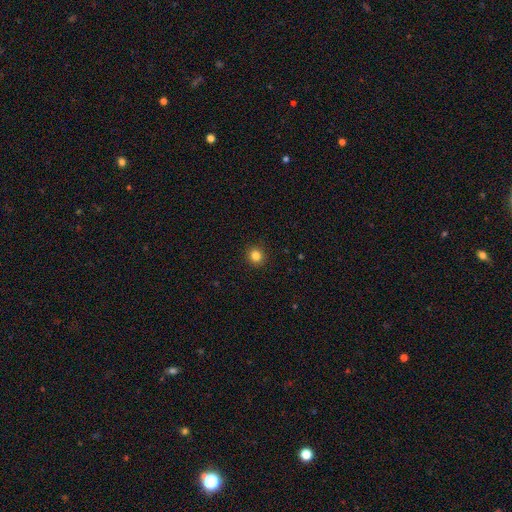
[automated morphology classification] The model was most divided on "smooth or featured": smooth: 84%, star or artifact: 12%, featured or disk: 4%. More confident: merging — none (93%); how rounded — round (92%).